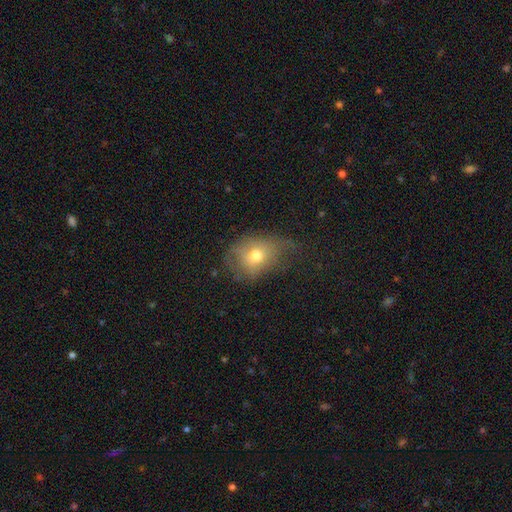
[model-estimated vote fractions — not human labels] The model was most divided on "merging": none: 34%, major disturbance: 33%, minor disturbance: 31%, merger: 2%. More confident: smooth or featured — smooth (66%); how rounded — in between (53%).